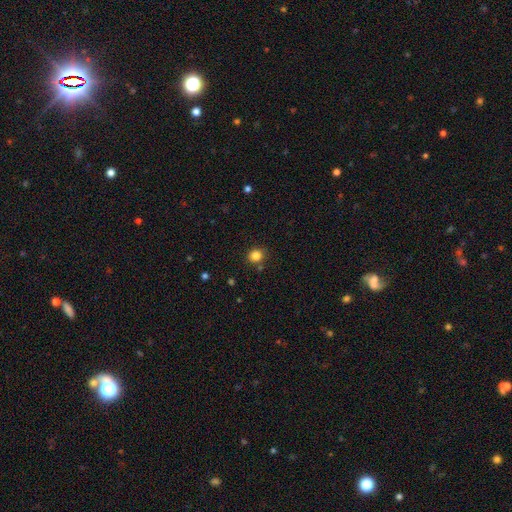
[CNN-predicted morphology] Smooth or featured? smooth (83%)
How rounded? round (84%)
Merging? none (83%)